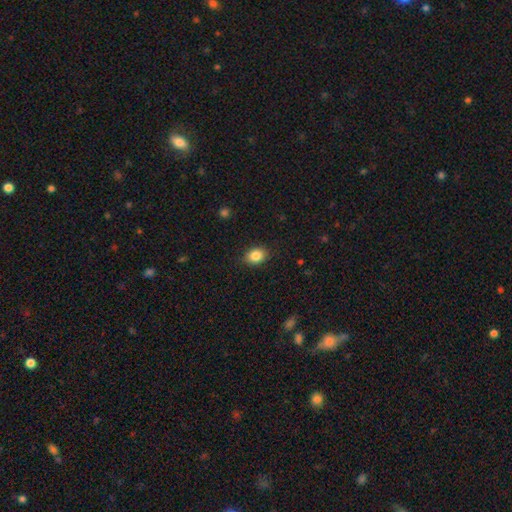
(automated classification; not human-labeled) A smooth galaxy with no disk features (86%) that is in between round and cigar-shaped (61%). Merging: none (86%).